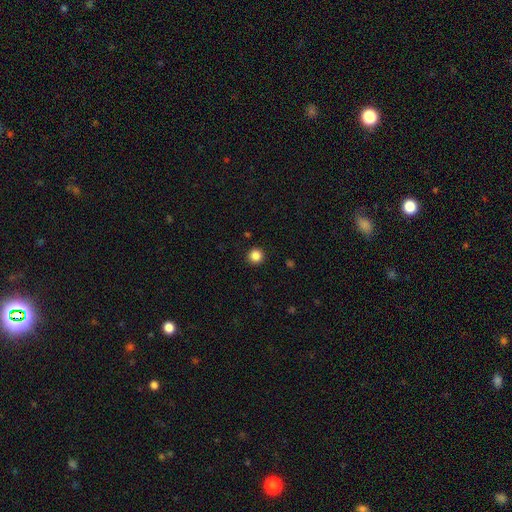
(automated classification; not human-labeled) A smooth galaxy with no disk features (86%) that is round (96%).

Vote fractions:
- Smooth or featured? smooth: 86% / star or artifact: 11% / featured or disk: 3%
- How rounded? round: 96% / in between: 3% / cigar-shaped: 1%
- Merging? none: 93% / minor disturbance: 4% / major disturbance: 2% / merger: 1%